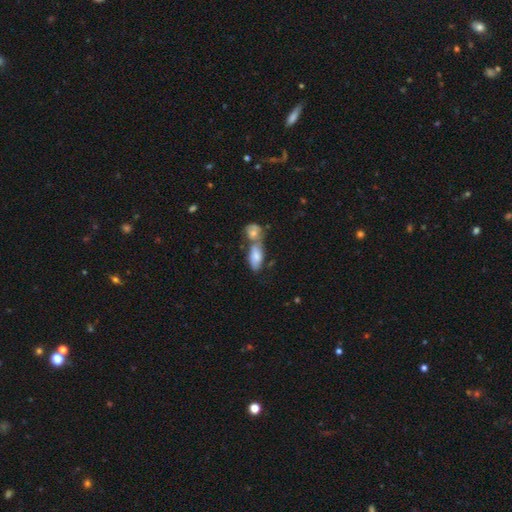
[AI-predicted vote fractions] Morphology: type=smooth (66%); roundness=in between (79%); merging=merger (55%).